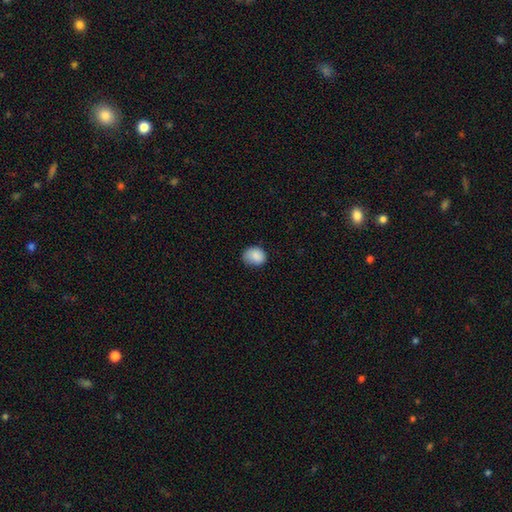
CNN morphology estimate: This is clearly a smooth galaxy (87%). How rounded: possibly round (52%). Merging: likely none (69%).